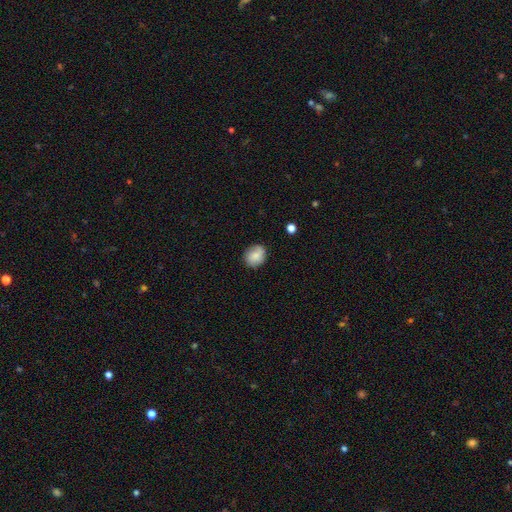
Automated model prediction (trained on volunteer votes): Smooth or featured? Predicted: smooth (p=0.78). How rounded? Predicted: round (p=0.71). Merging? Predicted: none (p=0.78).